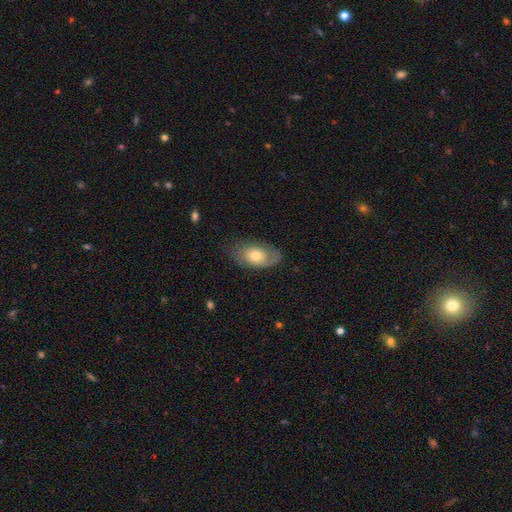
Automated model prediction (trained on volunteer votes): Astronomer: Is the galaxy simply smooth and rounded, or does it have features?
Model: smooth — 54% (runner-up: featured or disk, 39%).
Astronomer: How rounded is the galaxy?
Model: in between — 89%.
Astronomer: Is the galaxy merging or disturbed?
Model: none — 67%.